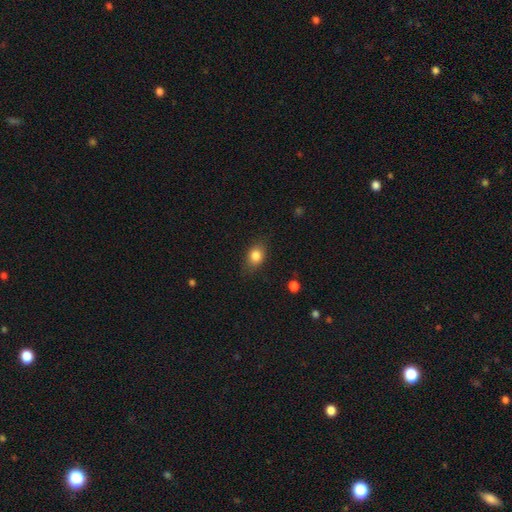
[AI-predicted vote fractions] smooth 82%, star or artifact 9%, featured or disk 8%. Down the decision tree: how rounded — in between (67%); merging — none (80%).